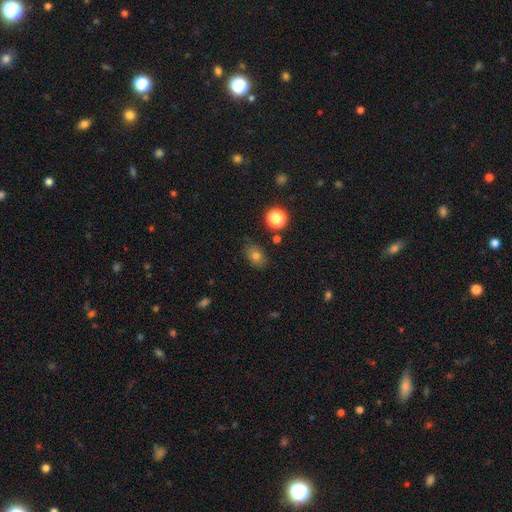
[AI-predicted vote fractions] A smooth galaxy with no disk features (75%) that is in between round and cigar-shaped (72%).

Vote fractions:
- Smooth or featured? smooth: 75% / star or artifact: 14% / featured or disk: 11%
- How rounded? in between: 72% / round: 26% / cigar-shaped: 2%
- Merging? none: 78% / minor disturbance: 15% / major disturbance: 4% / merger: 3%